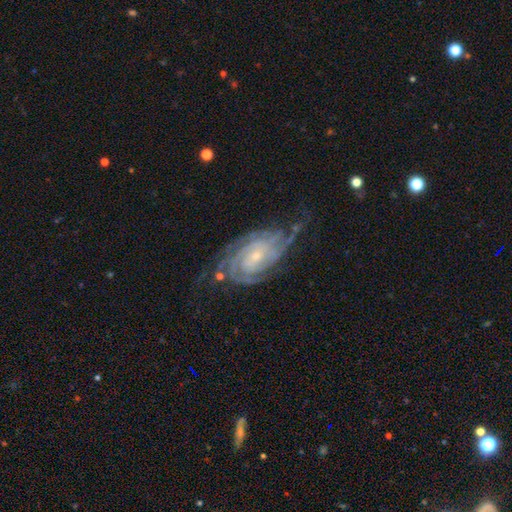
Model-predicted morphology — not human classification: featured or disk 89%, star or artifact 6%, smooth 5%. Down the decision tree: edge-on disk — no (95%); bar — no (62%); spiral arms — yes (98%); spiral arm count — can't tell (25%); spiral winding — tight (73%); bulge size — small (68%); merging — none (64%).